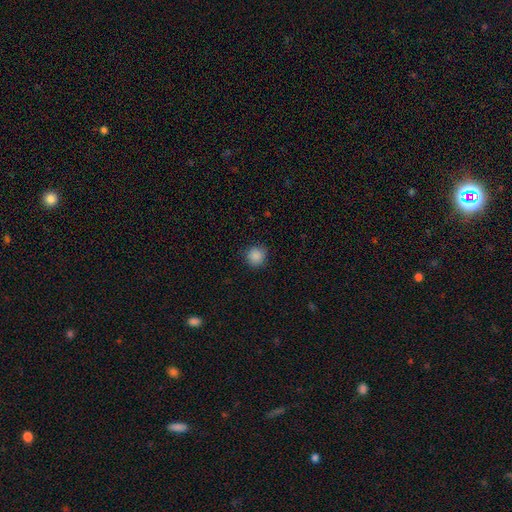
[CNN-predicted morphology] smooth-or-featured: smooth: 88% | star or artifact: 10% | featured or disk: 3%
  how-rounded: round: 93% | in between: 6% | cigar-shaped: 1%
  merging: none: 87% | minor disturbance: 9% | major disturbance: 2% | merger: 1%